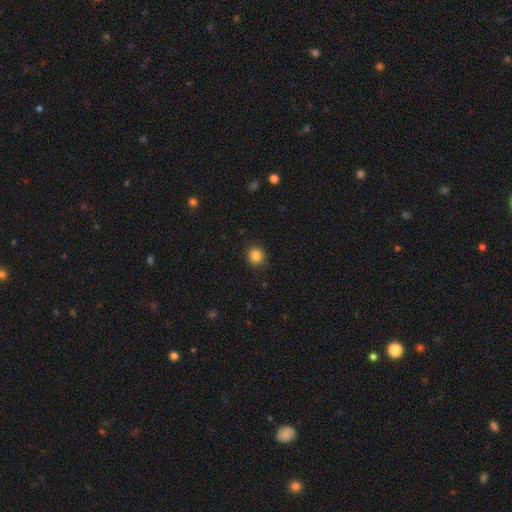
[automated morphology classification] A smooth galaxy with no disk features (86%) that is round (92%). Merging: none (91%).